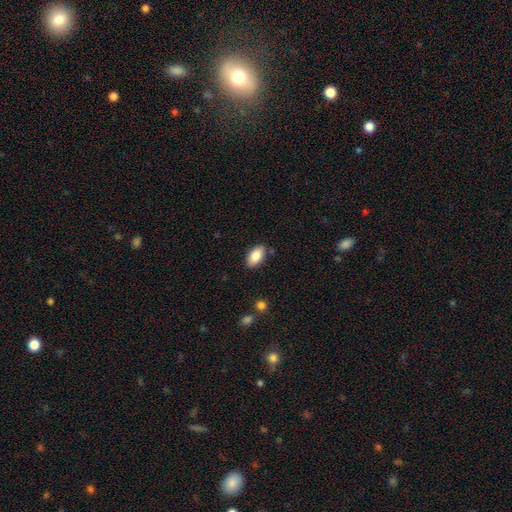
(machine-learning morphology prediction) Smooth or featured: smooth — 86% (star or artifact — 7%)
How rounded: in between — 94% (round — 4%)
Merging: none — 85% (minor disturbance — 11%)